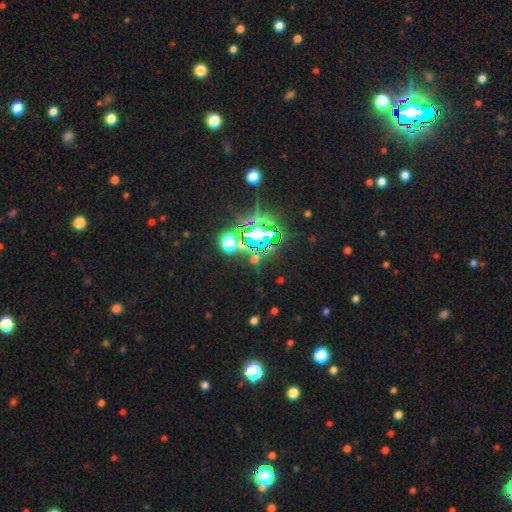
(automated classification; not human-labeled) Smooth or featured? star or artifact (77%)